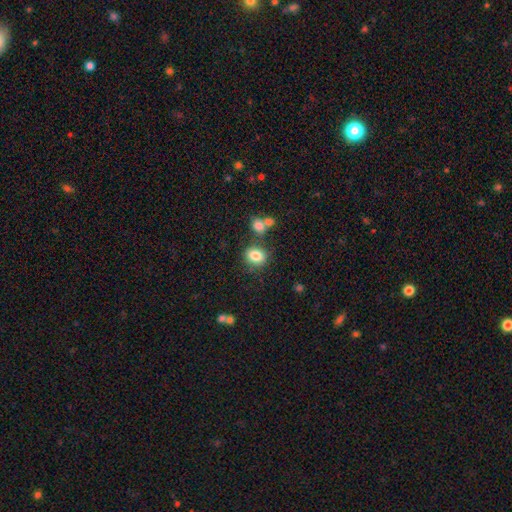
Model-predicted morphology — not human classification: A smooth galaxy with no disk features (83%) that is in between round and cigar-shaped (51%). Merging: none (70%).